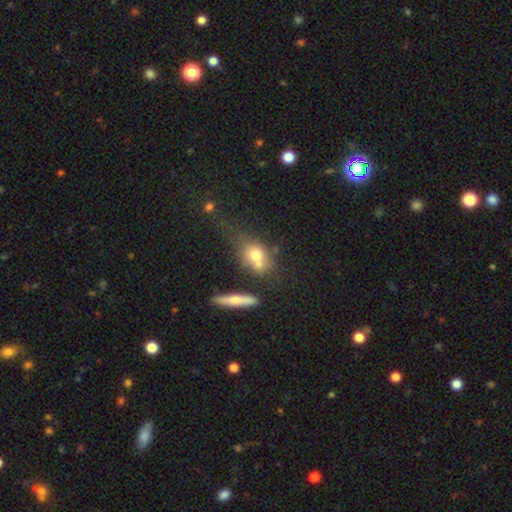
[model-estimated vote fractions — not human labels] Smooth or featured: smooth — 66% (featured or disk — 22%)
How rounded: in between — 53% (round — 40%)
Merging: none — 40% (merger — 33%)